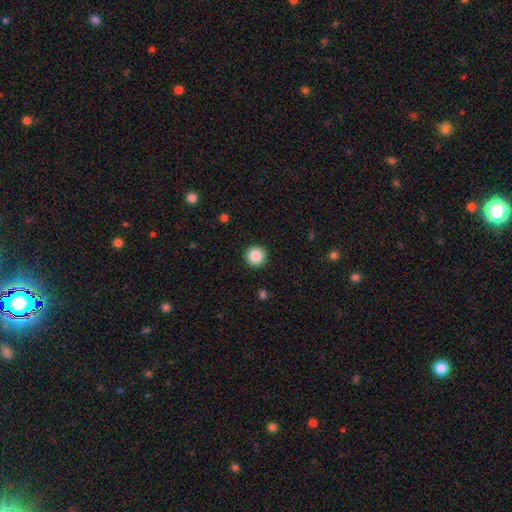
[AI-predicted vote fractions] smooth-or-featured: smooth: 87% | star or artifact: 9% | featured or disk: 4%
  how-rounded: round: 96% | in between: 3% | cigar-shaped: 1%
  merging: none: 92% | minor disturbance: 5% | major disturbance: 2% | merger: 1%